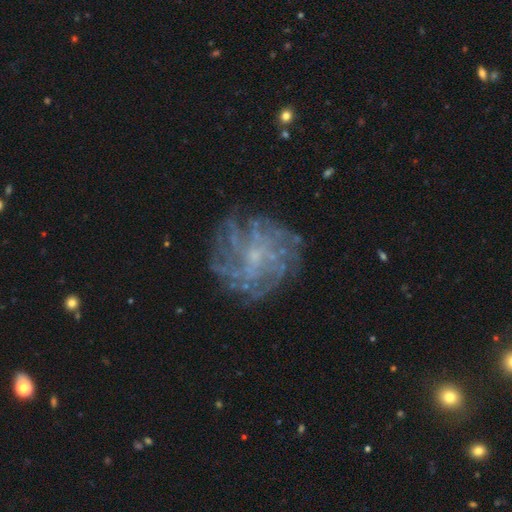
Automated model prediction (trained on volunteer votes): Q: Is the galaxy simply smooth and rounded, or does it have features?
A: featured or disk — 75%.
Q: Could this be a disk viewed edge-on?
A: no — 97%.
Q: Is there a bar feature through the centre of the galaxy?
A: no — 66%.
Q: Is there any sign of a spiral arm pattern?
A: yes — 83%.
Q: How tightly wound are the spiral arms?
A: tight — 52%.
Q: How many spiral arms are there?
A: can't tell — 39%.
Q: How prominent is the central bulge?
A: small — 70%.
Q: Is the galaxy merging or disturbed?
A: none — 79%.